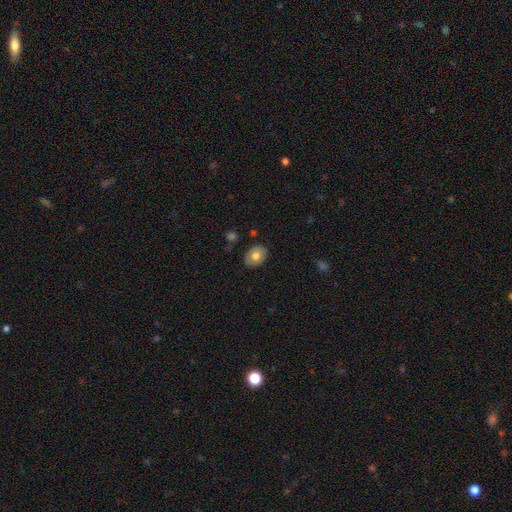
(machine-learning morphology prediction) Smooth or featured? smooth (72%)
How rounded? in between (70%)
Merging? none (86%)